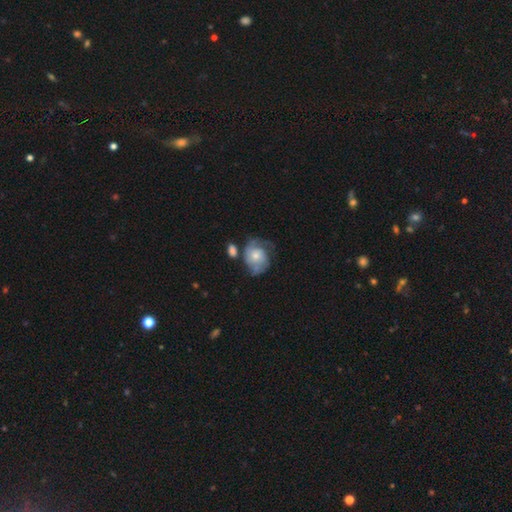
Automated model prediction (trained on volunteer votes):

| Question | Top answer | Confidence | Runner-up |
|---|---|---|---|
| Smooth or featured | featured or disk | 66% | smooth (28%) |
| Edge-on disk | no | 98% | yes (2%) |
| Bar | no | 77% | weak (20%) |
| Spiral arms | yes | 85% | no (15%) |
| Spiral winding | tight | 40% | medium (39%) |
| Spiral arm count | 2 | 49% | can't tell (23%) |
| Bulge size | small | 47% | moderate (42%) |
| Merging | none | 43% | minor disturbance (24%) |